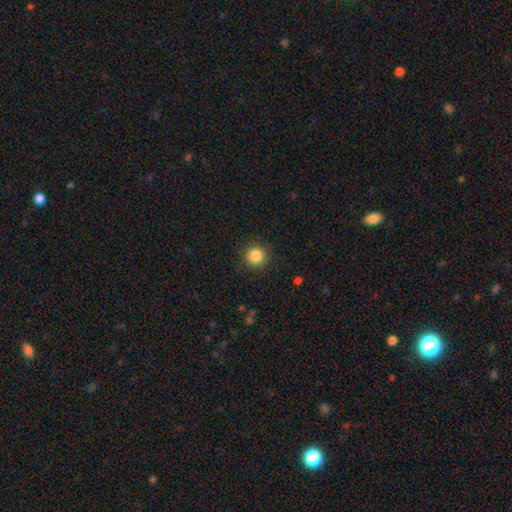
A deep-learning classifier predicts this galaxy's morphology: Overall: smooth (85%). How rounded: round (94%). Merging: none (90%).